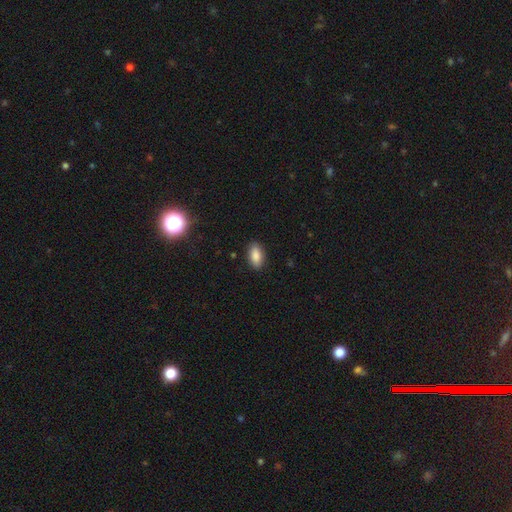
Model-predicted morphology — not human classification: smooth_or_featured: smooth (p=0.87) [alt: star or artifact p=0.08]
how_rounded: in between (p=0.91) [alt: cigar-shaped p=0.06]
merging: none (p=0.88) [alt: minor disturbance p=0.09]